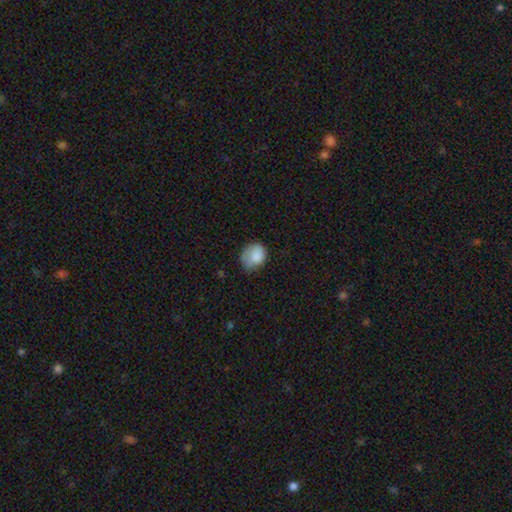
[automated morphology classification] Overall: smooth (82%). How rounded: round (53%; in between 46%). Merging: none (47%; minor disturbance 36%).